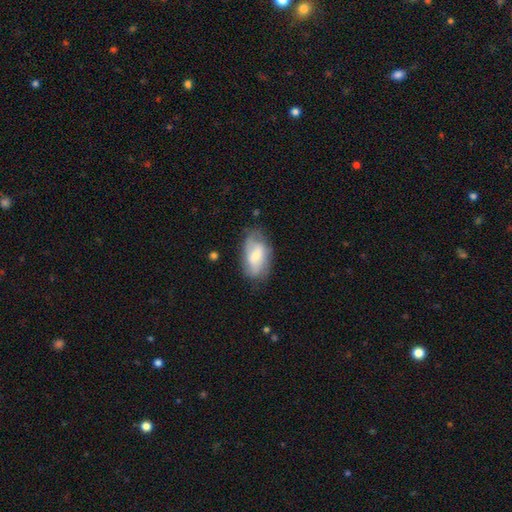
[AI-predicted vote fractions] Smooth or featured?
  - featured or disk: 47% *
  - smooth: 46%
  - star or artifact: 7%
Merging?
  - none: 62% *
  - minor disturbance: 26%
  - major disturbance: 10%
  - merger: 2%